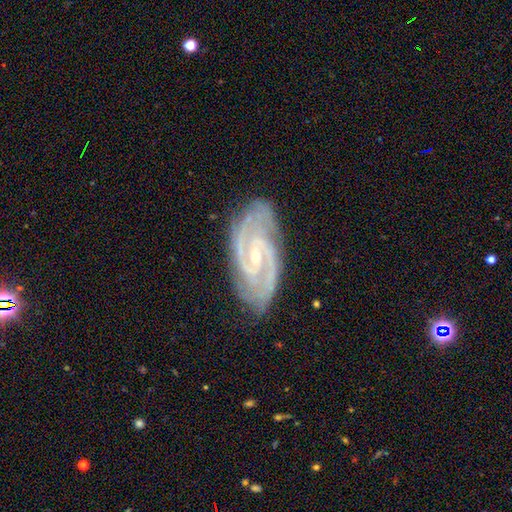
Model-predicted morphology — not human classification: This is clearly a featured or disk galaxy (92%). It is clearly not viewed edge-on (96%). Bar: possibly weak (46%). Spiral arm pattern: clearly yes (99%). Spiral arm count: likely 2 (77%). Spiral winding: possibly tight (55%). Central bulge: likely small (73%). Merging: clearly none (82%).